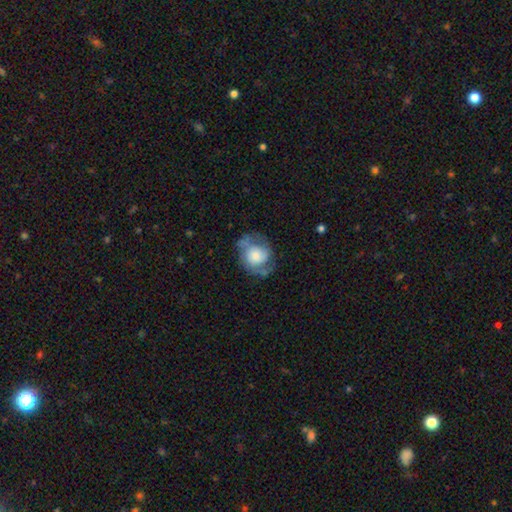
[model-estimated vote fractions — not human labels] The model was most divided on "bulge size": large: 40%, moderate: 25%, small: 18%, none: 9%, dominant: 9%. More confident: edge-on disk — no (97%); spiral arms — yes (80%); bar — no (79%); smooth or featured — featured or disk (57%); merging — none (53%).